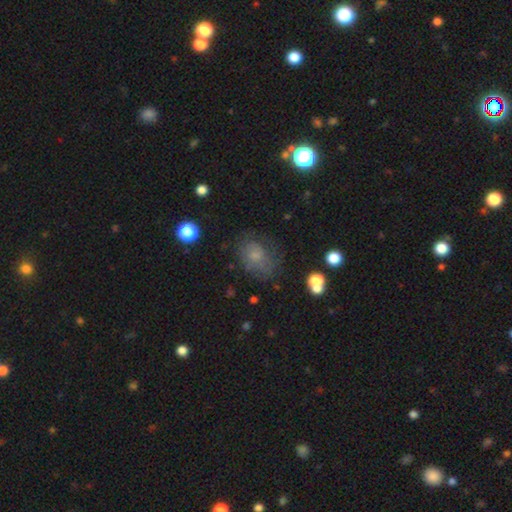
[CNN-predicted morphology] Smooth or featured? smooth (61%)
How rounded? in between (67%)
Merging? none (58%)